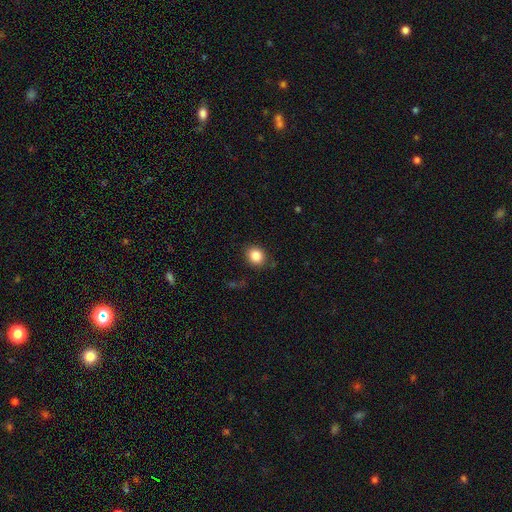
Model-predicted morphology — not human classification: Smooth or featured?
  - smooth: 85% *
  - star or artifact: 10%
  - featured or disk: 5%
How rounded?
  - round: 66% *
  - in between: 34%
  - cigar-shaped: 1%
Merging?
  - none: 85% *
  - minor disturbance: 11%
  - major disturbance: 3%
  - merger: 1%